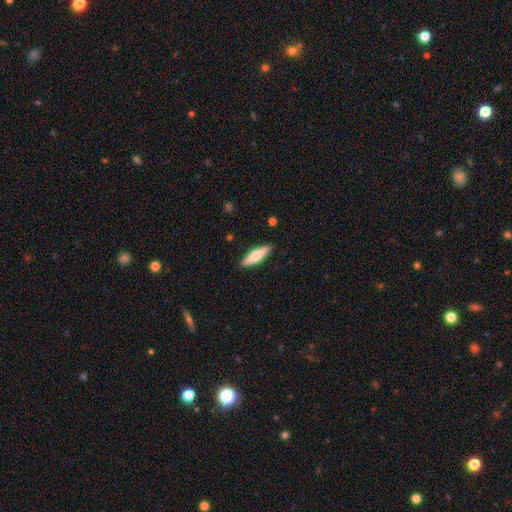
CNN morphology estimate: A smooth galaxy with no disk features (60%) that is cigar-shaped (67%).

Vote fractions:
- Smooth or featured? smooth: 60% / featured or disk: 34% / star or artifact: 6%
- How rounded? cigar-shaped: 67% / in between: 31% / round: 2%
- Merging? none: 89% / minor disturbance: 8% / major disturbance: 2% / merger: 1%